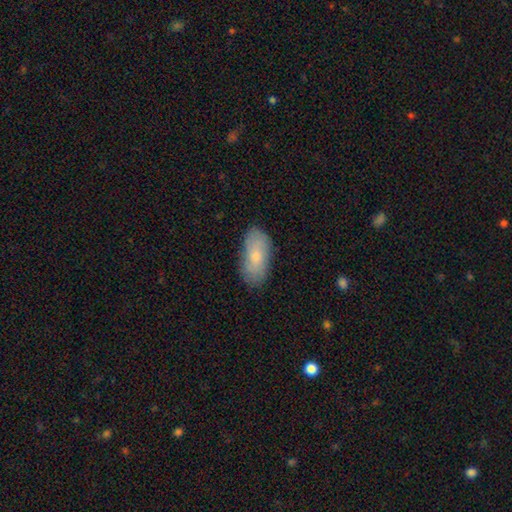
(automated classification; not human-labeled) A smooth galaxy with no disk features (72%) that is in between round and cigar-shaped (91%).

Vote fractions:
- Smooth or featured? smooth: 72% / featured or disk: 22% / star or artifact: 6%
- How rounded? in between: 91% / cigar-shaped: 6% / round: 3%
- Merging? none: 79% / minor disturbance: 16% / major disturbance: 3% / merger: 1%